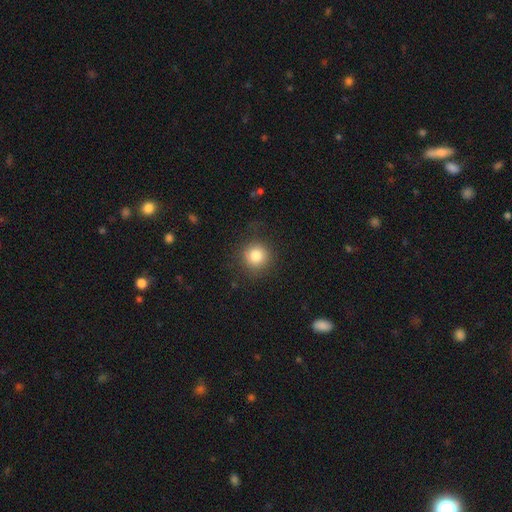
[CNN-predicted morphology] smooth_or_featured: smooth (p=0.83) [alt: star or artifact p=0.10]
how_rounded: round (p=0.93) [alt: in between p=0.06]
merging: none (p=0.84) [alt: minor disturbance p=0.11]